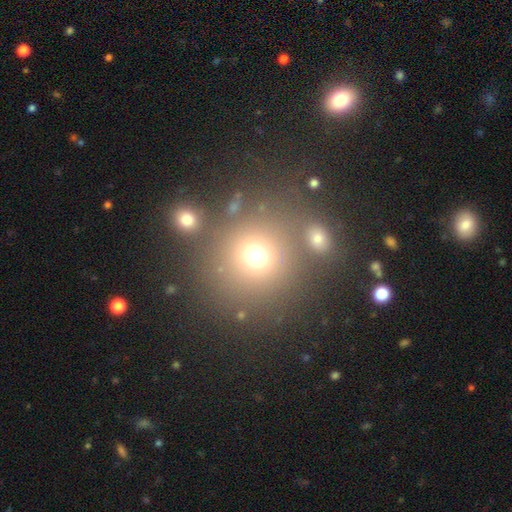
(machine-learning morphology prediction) The model was most divided on "merging": none: 68%, merger: 18%, minor disturbance: 9%, major disturbance: 6%. More confident: how rounded — round (89%); smooth or featured — smooth (70%).